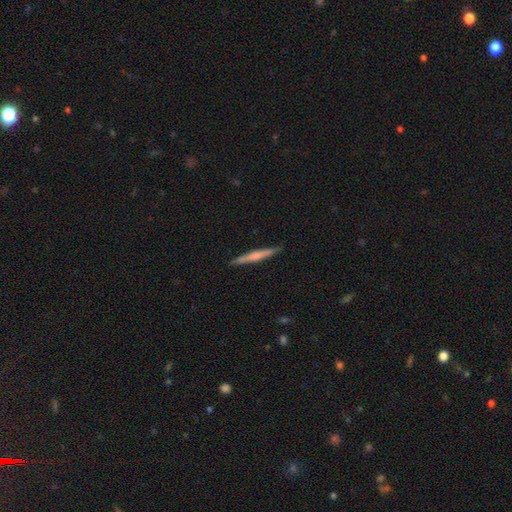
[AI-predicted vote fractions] Smooth or featured?
  - featured or disk: 48% *
  - smooth: 46%
  - star or artifact: 6%
Merging?
  - none: 88% *
  - minor disturbance: 9%
  - major disturbance: 2%
  - merger: 1%